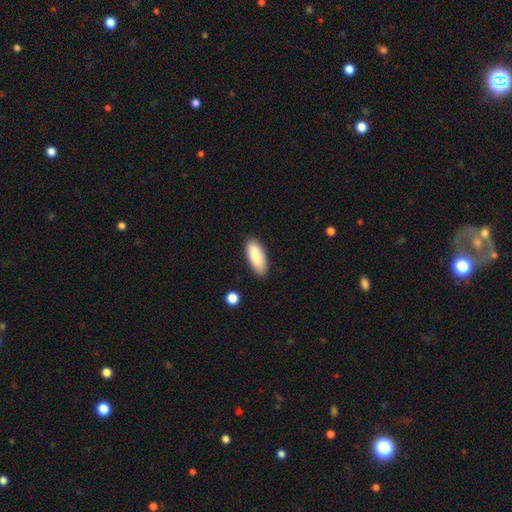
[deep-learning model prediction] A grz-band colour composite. It shows a smooth galaxy with no disk features (88%) that is in between round and cigar-shaped (79%). Merging: none (86%).